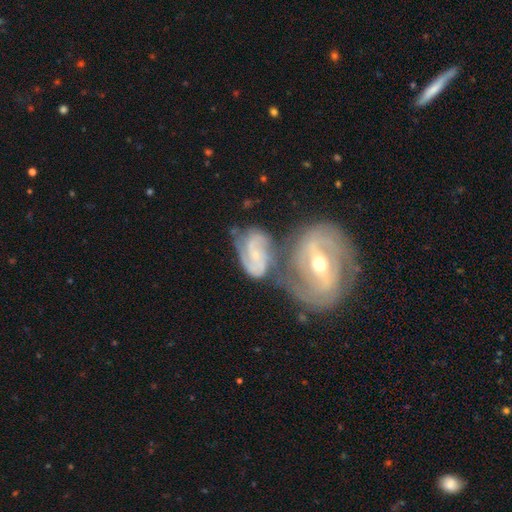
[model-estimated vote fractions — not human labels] This is clearly a featured or disk galaxy (86%). It is clearly not viewed edge-on (97%). Bar: marginally weak (41%). Spiral arm pattern: clearly yes (95%). Spiral arm count: likely 2 (74%). Spiral winding: possibly medium (51%). Central bulge: likely small (63%). Merging: possibly merger (47%).